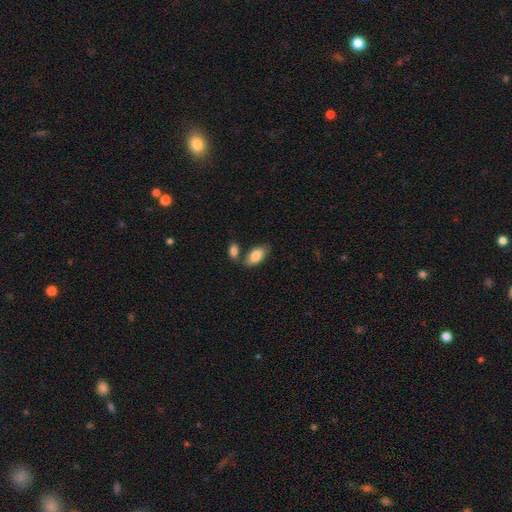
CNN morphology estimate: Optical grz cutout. It shows a smooth galaxy with no disk features (84%) that is in between round and cigar-shaped (93%). Merging: none (63%).